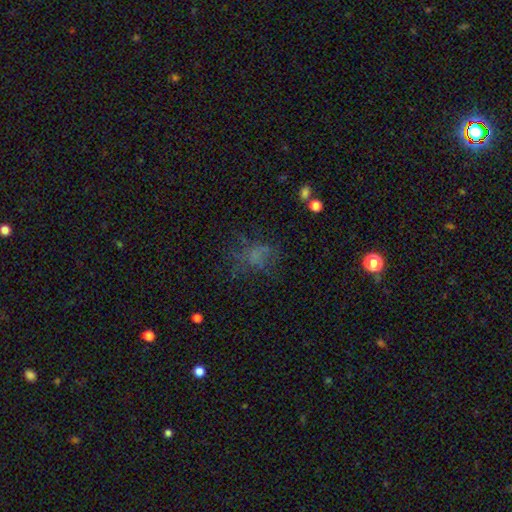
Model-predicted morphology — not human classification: This appears to be a smooth galaxy with no disk features (45%). Merging: none (52%).